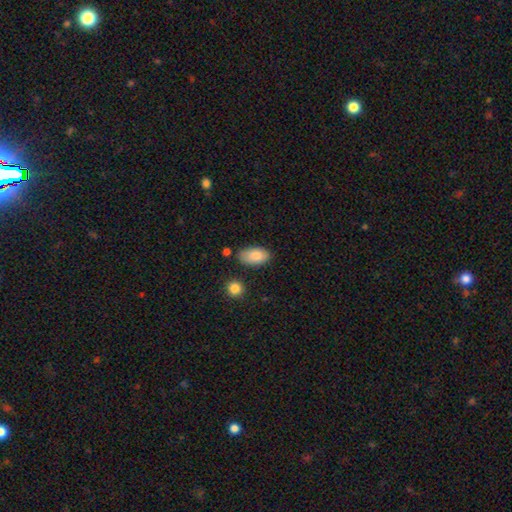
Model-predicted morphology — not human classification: Overall: smooth (84%). How rounded: in between (93%). Merging: none (75%).